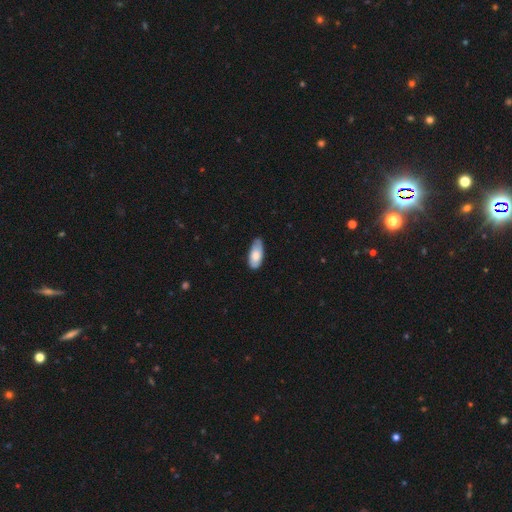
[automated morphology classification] Overall: smooth (70%). How rounded: in between (86%). Merging: none (70%).